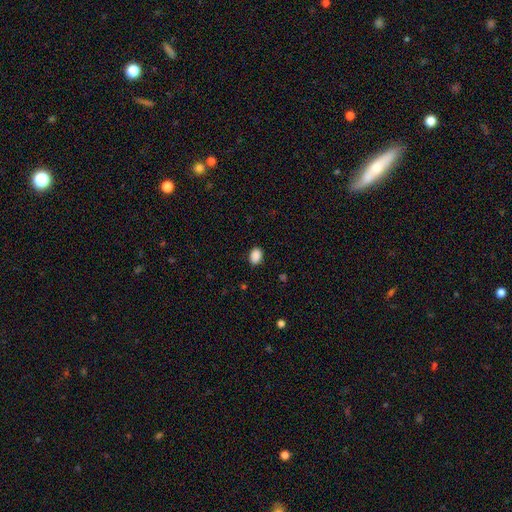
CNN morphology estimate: Smooth or featured: smooth — 90% (star or artifact — 8%)
How rounded: in between — 74% (round — 25%)
Merging: none — 87% (minor disturbance — 10%)